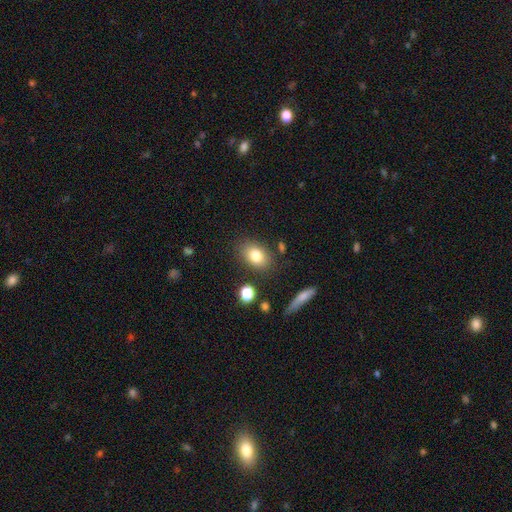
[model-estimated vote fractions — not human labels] Q: Smooth or featured?
A: smooth (80%); runner-up: featured or disk (11%)
Q: How rounded?
A: in between (78%); runner-up: round (20%)
Q: Merging?
A: none (81%); runner-up: minor disturbance (12%)